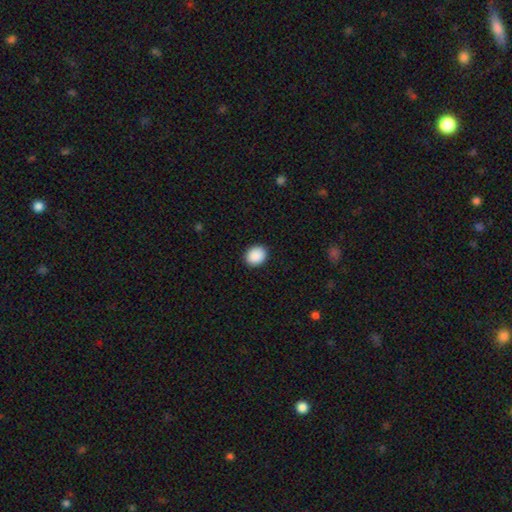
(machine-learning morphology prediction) Smooth or featured? Predicted: smooth (p=0.90). How rounded? Predicted: round (p=0.64). Merging? Predicted: none (p=0.91).